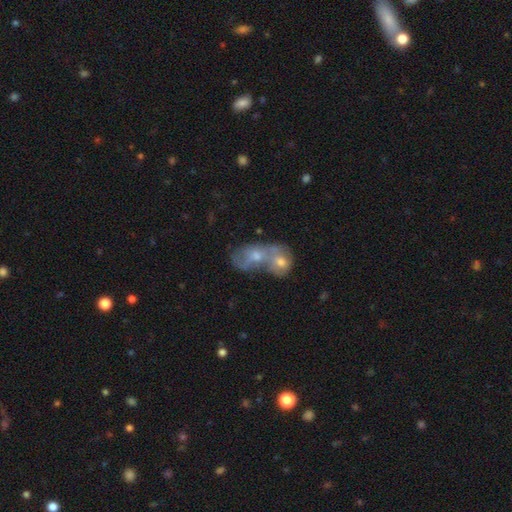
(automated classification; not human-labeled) Overall: smooth (46%; featured or disk 43%). Merging: merger (76%).